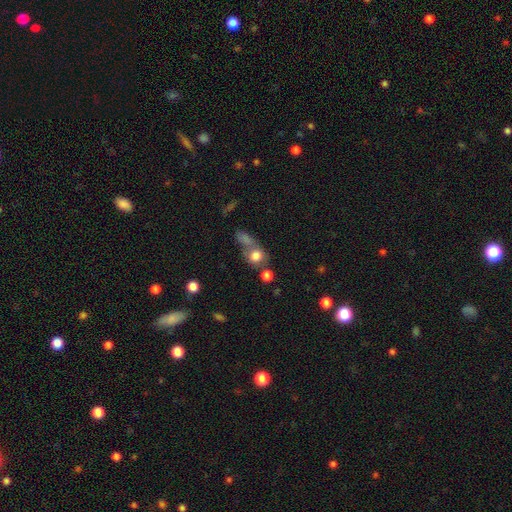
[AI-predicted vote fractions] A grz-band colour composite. It shows a smooth galaxy with no disk features (76%) that is round (70%). Merging: none (40%, tied with merger).